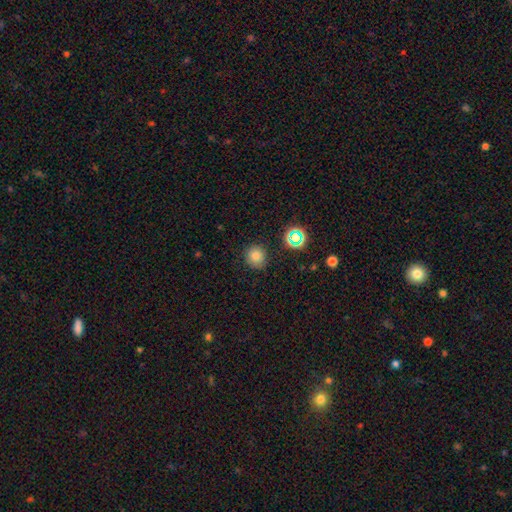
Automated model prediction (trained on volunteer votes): Smooth or featured?
  - smooth: 76% *
  - star or artifact: 17%
  - featured or disk: 7%
How rounded?
  - round: 90% *
  - in between: 9%
  - cigar-shaped: 1%
Merging?
  - none: 85% *
  - minor disturbance: 10%
  - major disturbance: 3%
  - merger: 2%